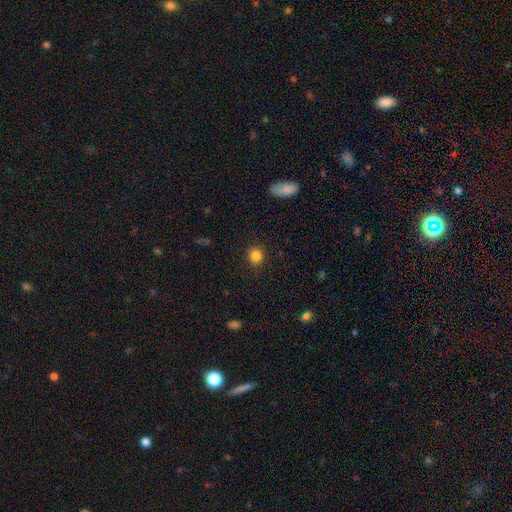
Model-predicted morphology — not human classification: Smooth or featured? Predicted: smooth (p=0.85). How rounded? Predicted: round (p=0.84). Merging? Predicted: none (p=0.89).